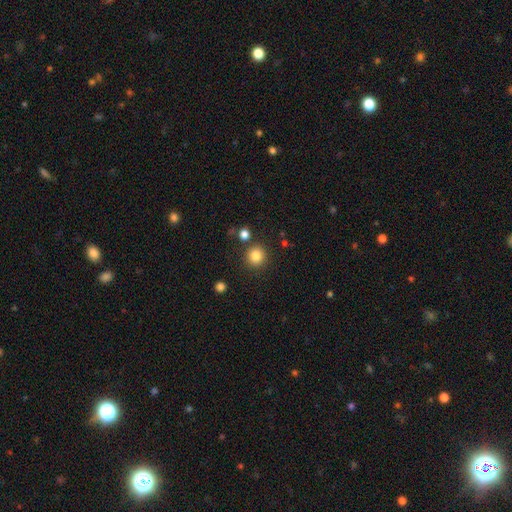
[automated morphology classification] Smooth or featured?
  - smooth: 84% *
  - star or artifact: 11%
  - featured or disk: 5%
How rounded?
  - round: 93% *
  - in between: 6%
  - cigar-shaped: 1%
Merging?
  - none: 86% *
  - minor disturbance: 7%
  - merger: 4%
  - major disturbance: 3%